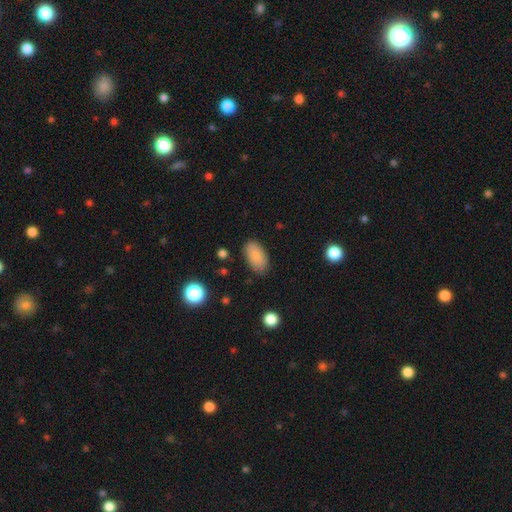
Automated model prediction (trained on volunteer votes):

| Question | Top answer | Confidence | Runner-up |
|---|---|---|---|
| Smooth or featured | smooth | 87% | star or artifact (8%) |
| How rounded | in between | 94% | round (3%) |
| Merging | none | 83% | minor disturbance (13%) |